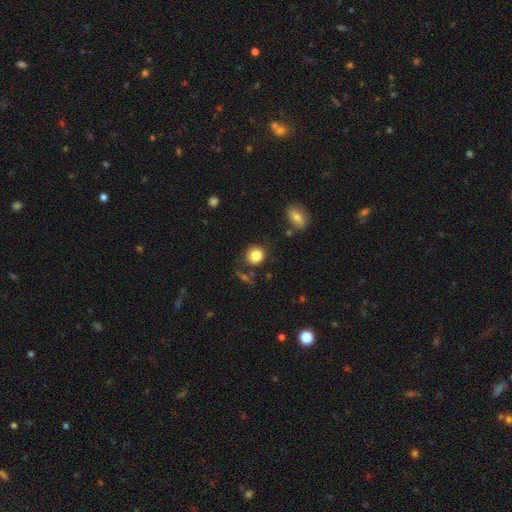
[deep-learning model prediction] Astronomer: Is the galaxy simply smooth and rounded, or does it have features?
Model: smooth — 83%.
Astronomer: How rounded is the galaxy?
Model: round — 88%.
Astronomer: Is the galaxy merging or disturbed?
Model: none — 80%.